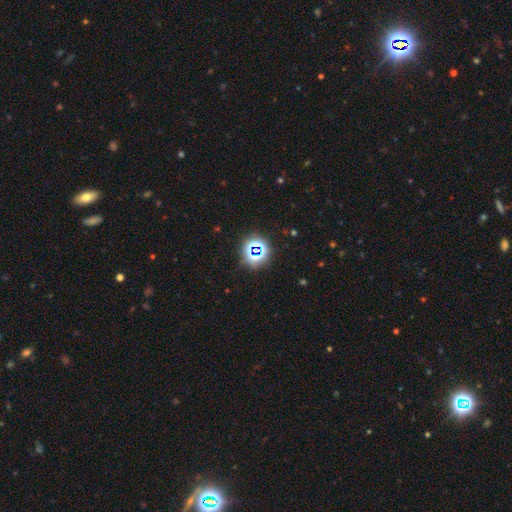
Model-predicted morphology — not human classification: A star or artifact, not a galaxy (70%).